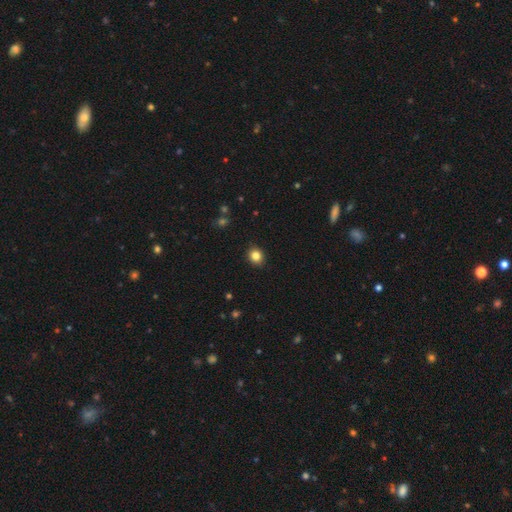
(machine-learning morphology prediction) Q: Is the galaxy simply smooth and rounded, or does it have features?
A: smooth — 84%.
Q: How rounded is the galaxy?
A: round — 72%.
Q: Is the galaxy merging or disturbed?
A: none — 90%.